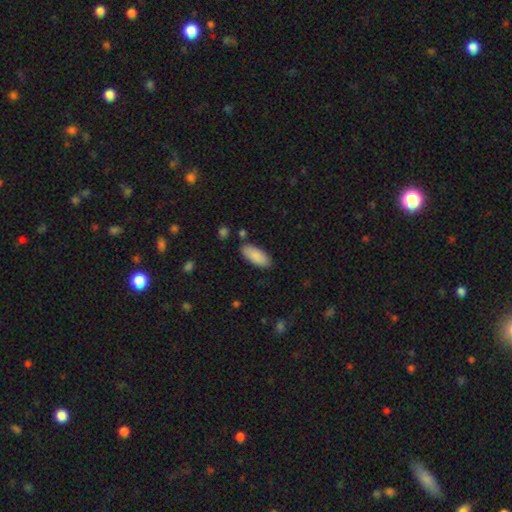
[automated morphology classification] Overall: smooth (88%). How rounded: in between (85%). Merging: none (84%).